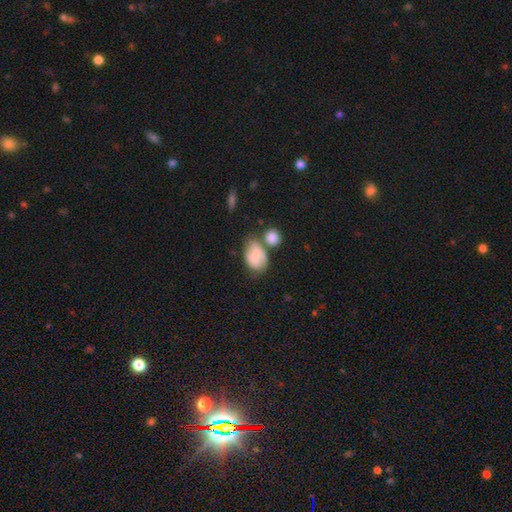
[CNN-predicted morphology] Smooth or featured? Predicted: smooth (p=0.69). How rounded? Predicted: in between (p=0.77). Merging? Predicted: none (p=0.36).